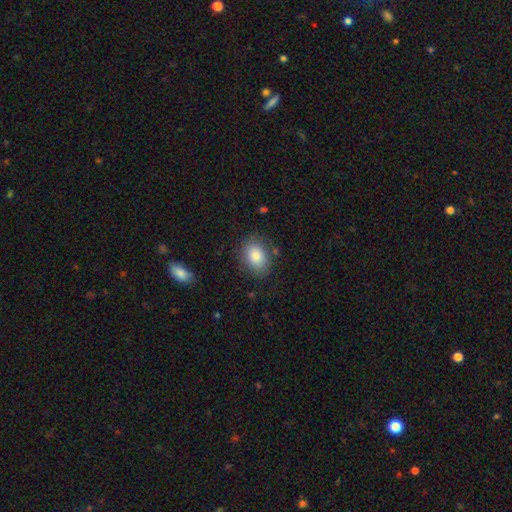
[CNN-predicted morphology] Overall: smooth (83%). How rounded: in between (70%). Merging: none (80%).